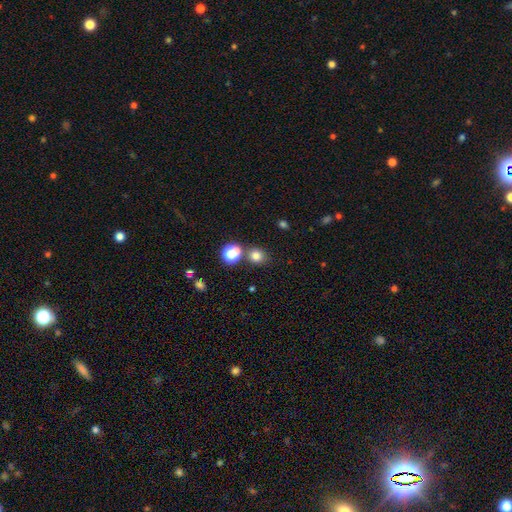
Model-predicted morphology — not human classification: Smooth or featured? smooth (76%)
How rounded? round (79%)
Merging? none (72%)